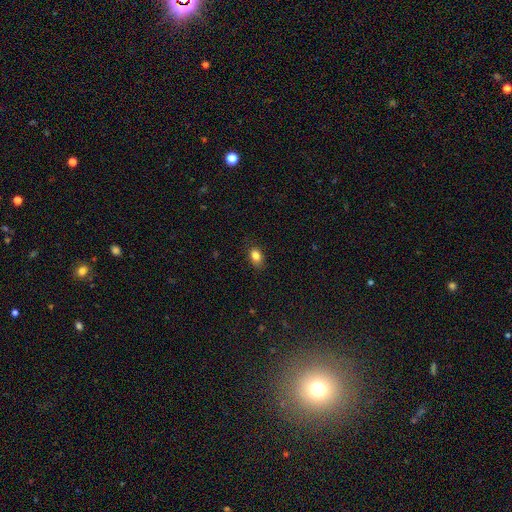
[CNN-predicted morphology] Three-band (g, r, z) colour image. It shows a smooth galaxy with no disk features (84%) that is in between round and cigar-shaped (77%). Merging: none (82%).